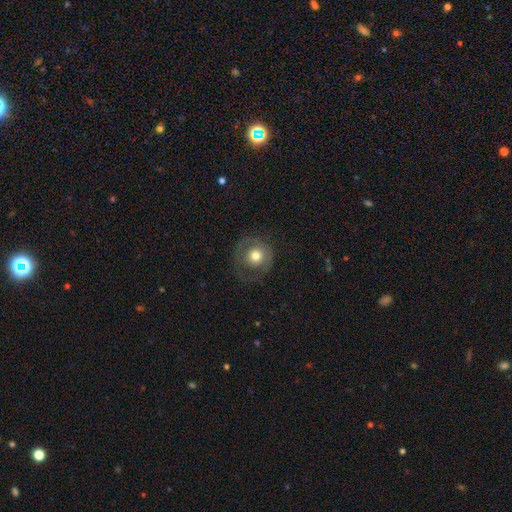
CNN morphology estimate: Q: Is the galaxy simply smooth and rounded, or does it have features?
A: smooth — 58%.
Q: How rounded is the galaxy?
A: round — 90%.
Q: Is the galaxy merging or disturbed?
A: none — 63%.